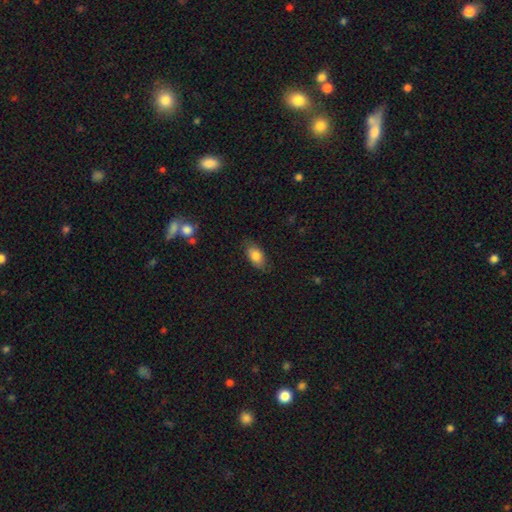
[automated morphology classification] Smooth or featured? Predicted: smooth (p=0.80). How rounded? Predicted: in between (p=0.90). Merging? Predicted: none (p=0.78).